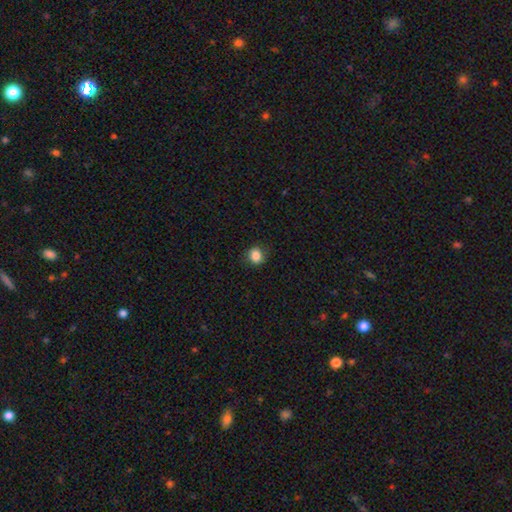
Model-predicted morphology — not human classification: Overall: smooth (85%). How rounded: round (79%). Merging: none (81%).